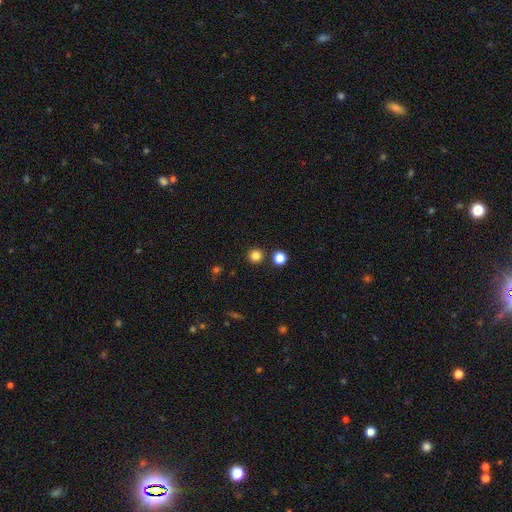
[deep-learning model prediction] smooth_or_featured: smooth (p=0.83) [alt: star or artifact p=0.14]
how_rounded: round (p=0.95) [alt: in between p=0.04]
merging: none (p=0.88) [alt: merger p=0.05]